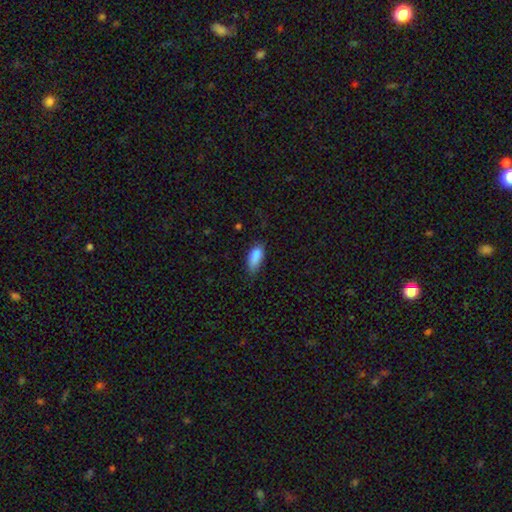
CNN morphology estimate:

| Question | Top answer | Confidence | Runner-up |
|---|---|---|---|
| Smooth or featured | smooth | 85% | star or artifact (8%) |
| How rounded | in between | 84% | cigar-shaped (13%) |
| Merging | none | 52% | minor disturbance (36%) |